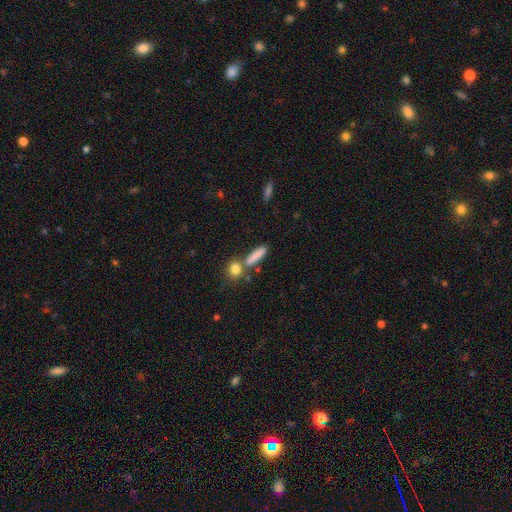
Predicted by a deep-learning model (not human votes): smooth-or-featured: smooth: 83% | featured or disk: 9% | star or artifact: 8%
  how-rounded: cigar-shaped: 68% | in between: 25% | round: 7%
  merging: none: 70% | merger: 15% | minor disturbance: 11% | major disturbance: 4%